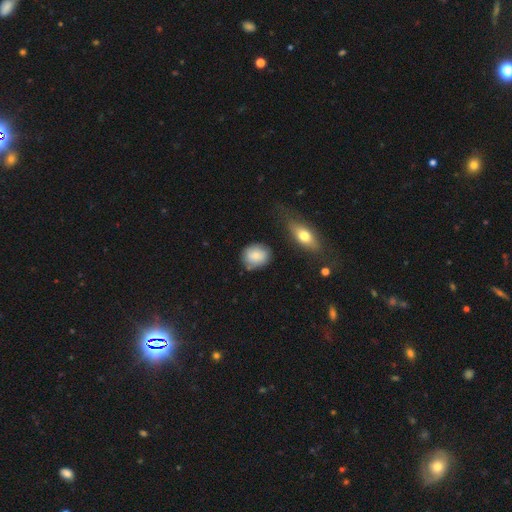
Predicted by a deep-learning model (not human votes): smooth_or_featured: smooth (p=0.75) [alt: featured or disk p=0.18]
how_rounded: round (p=0.63) [alt: in between p=0.36]
merging: none (p=0.71) [alt: minor disturbance p=0.20]